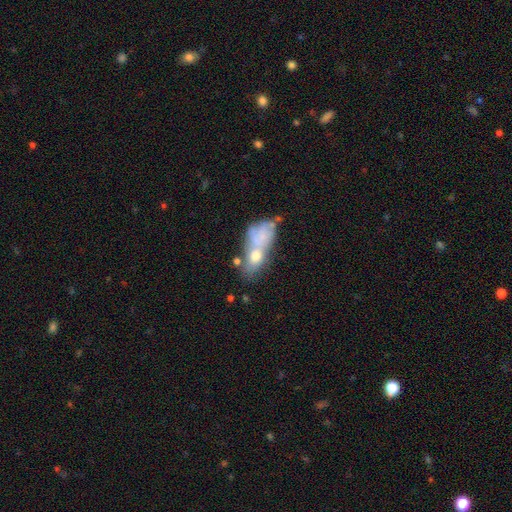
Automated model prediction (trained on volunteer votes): Q: Smooth or featured?
A: smooth (58%); runner-up: featured or disk (33%)
Q: How rounded?
A: in between (76%); runner-up: round (15%)
Q: Merging?
A: merger (49%); runner-up: none (25%)